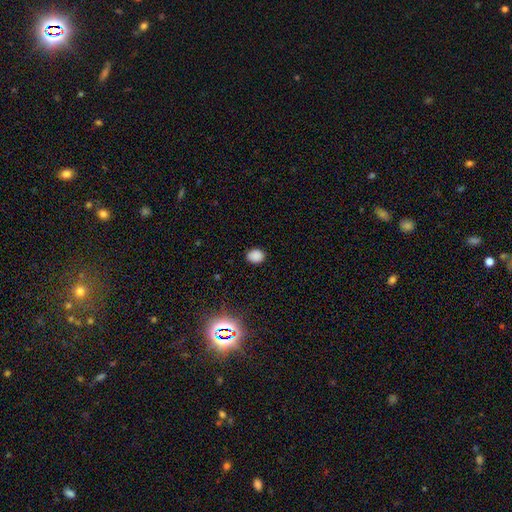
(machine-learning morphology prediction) This appears to be a smooth galaxy with no disk features (84%) that is round (58%). Merging: none (87%).